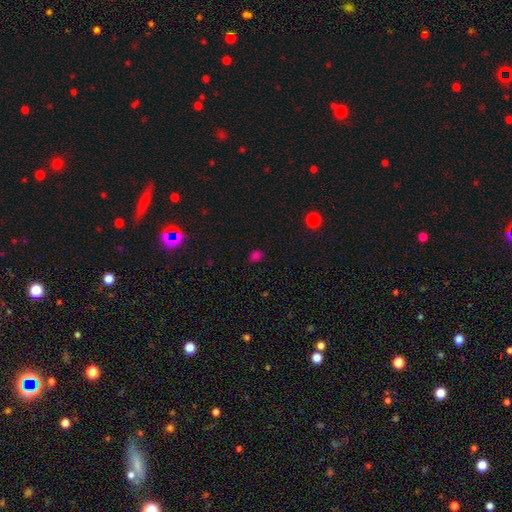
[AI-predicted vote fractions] Smooth or featured?
  - smooth: 68% *
  - star or artifact: 28%
  - featured or disk: 4%
How rounded?
  - in between: 57% *
  - round: 42%
  - cigar-shaped: 1%
Merging?
  - none: 81% *
  - minor disturbance: 13%
  - major disturbance: 4%
  - merger: 2%